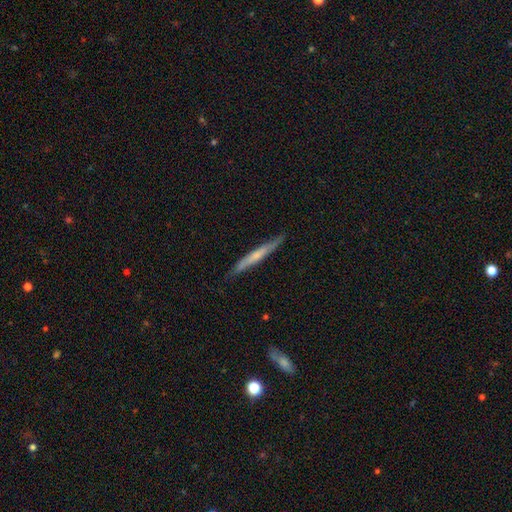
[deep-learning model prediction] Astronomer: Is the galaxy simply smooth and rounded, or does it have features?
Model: featured or disk — 49% (runner-up: smooth, 45%).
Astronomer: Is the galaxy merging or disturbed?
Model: none — 82%.